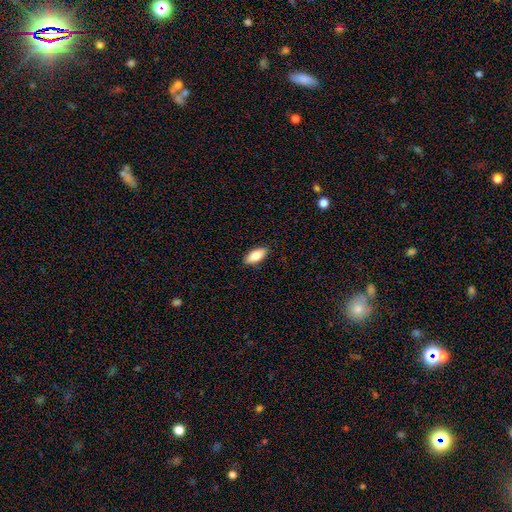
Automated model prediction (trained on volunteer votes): Q: Smooth or featured?
A: smooth (81%); runner-up: featured or disk (13%)
Q: How rounded?
A: in between (85%); runner-up: cigar-shaped (12%)
Q: Merging?
A: none (89%); runner-up: minor disturbance (8%)